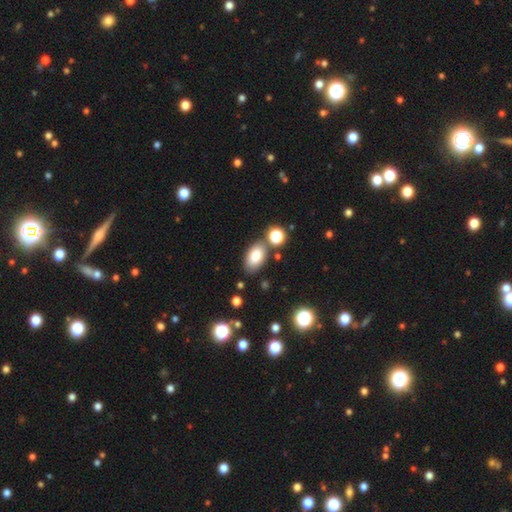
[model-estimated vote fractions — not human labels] Q: Smooth or featured?
A: smooth (80%); runner-up: featured or disk (10%)
Q: How rounded?
A: in between (91%); runner-up: round (7%)
Q: Merging?
A: none (73%); runner-up: minor disturbance (12%)